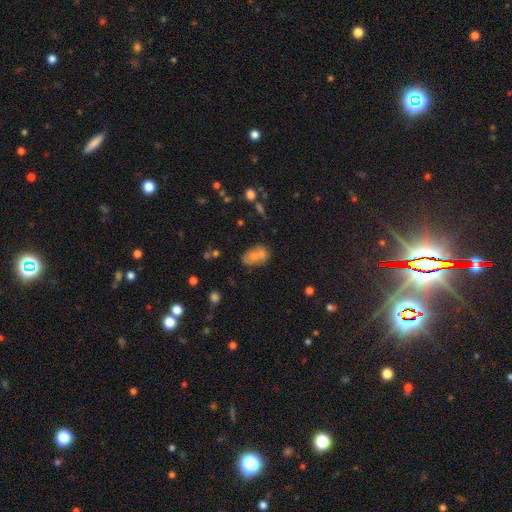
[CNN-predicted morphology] This is likely a smooth galaxy (62%). How rounded: likely in between (78%). Merging: marginally merger (44%).